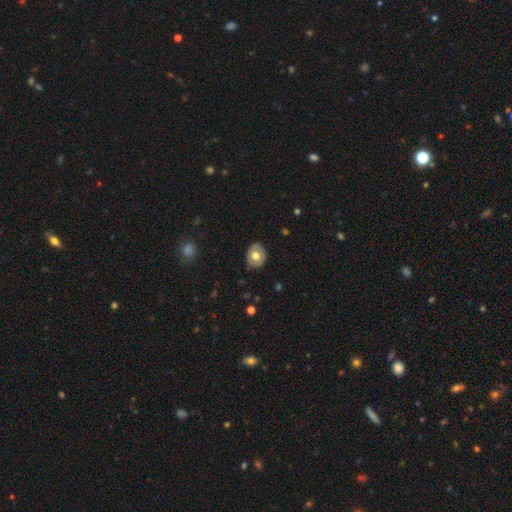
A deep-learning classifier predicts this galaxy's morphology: A smooth galaxy with no disk features (62%) that is round (57%). Merging: none (83%).